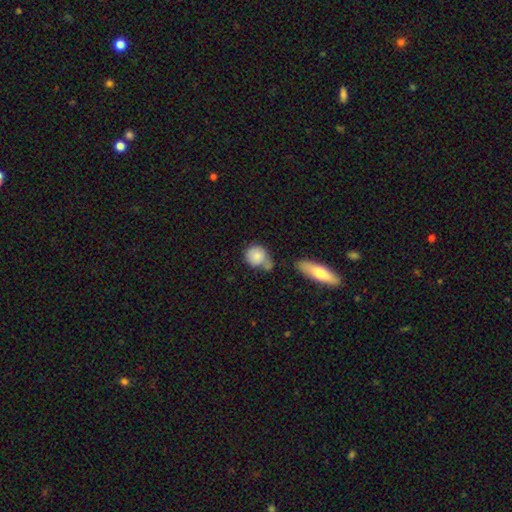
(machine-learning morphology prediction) Q: Smooth or featured?
A: smooth (81%); runner-up: featured or disk (12%)
Q: How rounded?
A: round (77%); runner-up: in between (22%)
Q: Merging?
A: none (44%); runner-up: merger (24%)